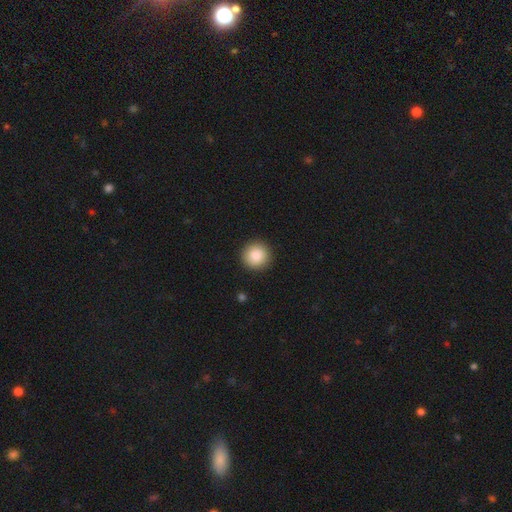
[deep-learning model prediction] A smooth galaxy with no disk features (87%) that is round (95%). Merging: none (92%).